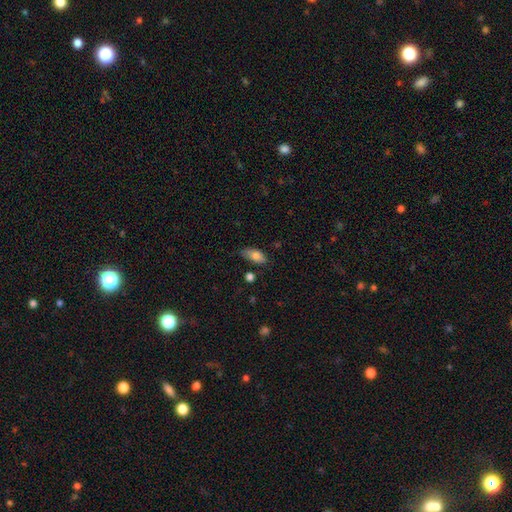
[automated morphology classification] smooth 82%, featured or disk 11%, star or artifact 8%. Down the decision tree: how rounded — in between (88%); merging — none (67%).